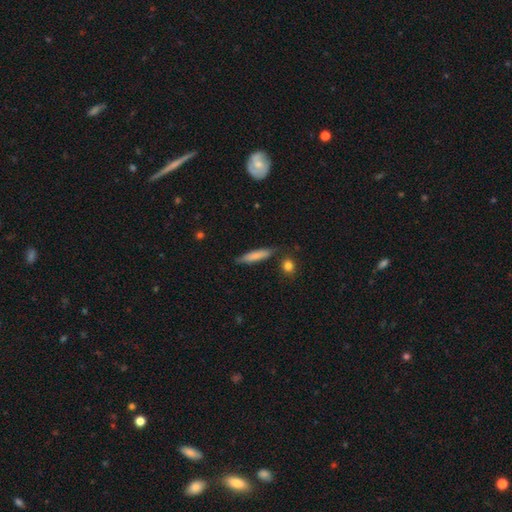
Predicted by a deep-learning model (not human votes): Smooth or featured?
  - smooth: 73% *
  - featured or disk: 21%
  - star or artifact: 6%
How rounded?
  - cigar-shaped: 80% *
  - in between: 18%
  - round: 2%
Merging?
  - none: 78% *
  - minor disturbance: 15%
  - merger: 4%
  - major disturbance: 3%